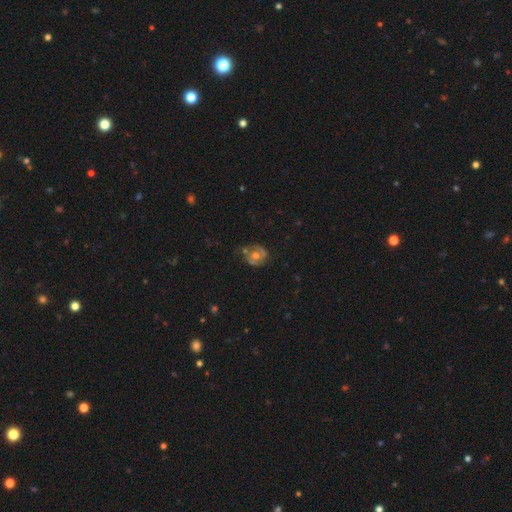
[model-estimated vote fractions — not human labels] This appears to be a featured or disk galaxy (60%) with no bar (74%), spiral arms (61%) and a moderate central bulge (72%). Merging: none (56%).